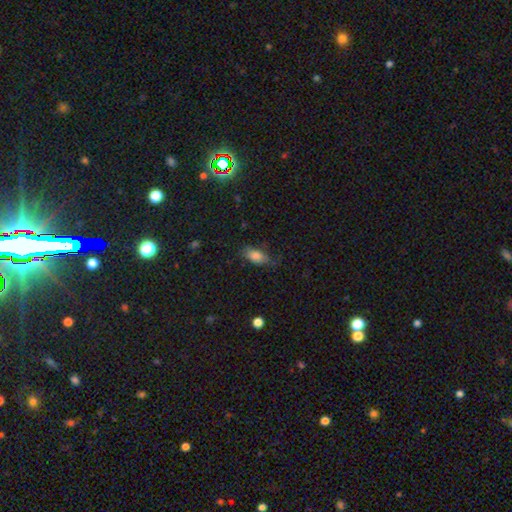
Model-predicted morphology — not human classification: Q: Smooth or featured?
A: smooth (81%); runner-up: featured or disk (11%)
Q: How rounded?
A: in between (88%); runner-up: cigar-shaped (7%)
Q: Merging?
A: none (65%); runner-up: minor disturbance (24%)